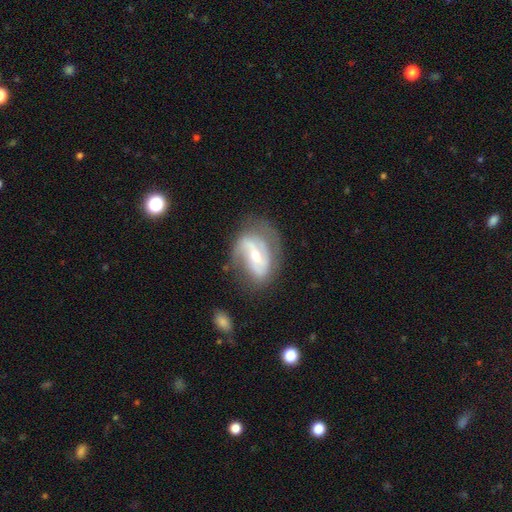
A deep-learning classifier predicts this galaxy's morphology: Smooth or featured? featured or disk (77%)
Edge-on disk? no (96%)
Bar? weak (42%)
Spiral arms? yes (87%)
Spiral winding? medium (42%)
Spiral arm count? 2 (64%)
Bulge size? moderate (51%)
Merging? none (54%)